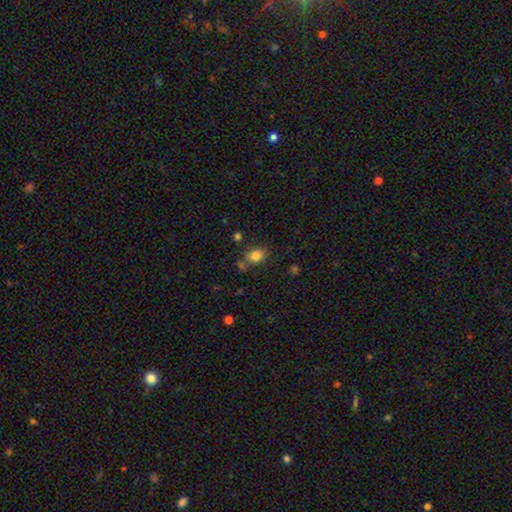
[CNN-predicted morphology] Smooth or featured? Predicted: smooth (p=0.82). How rounded? Predicted: in between (p=0.54). Merging? Predicted: none (p=0.66).